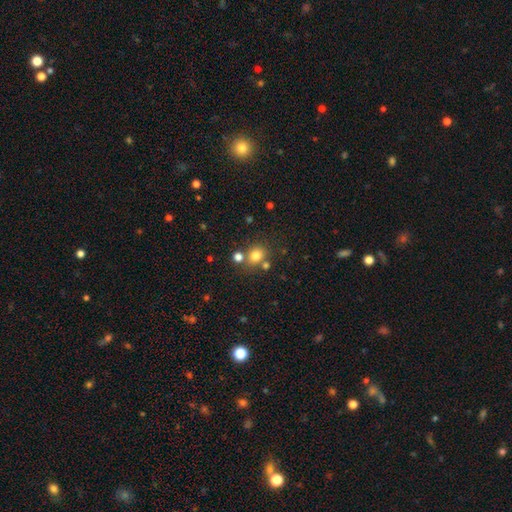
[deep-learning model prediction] Smooth or featured? smooth (77%)
How rounded? round (76%)
Merging? none (68%)